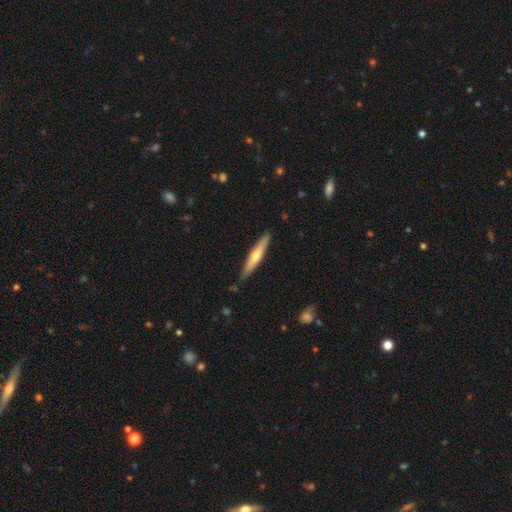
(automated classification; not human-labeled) The model was most divided on "smooth or featured": featured or disk: 48%, smooth: 47%, star or artifact: 5%. More confident: merging — none (87%).